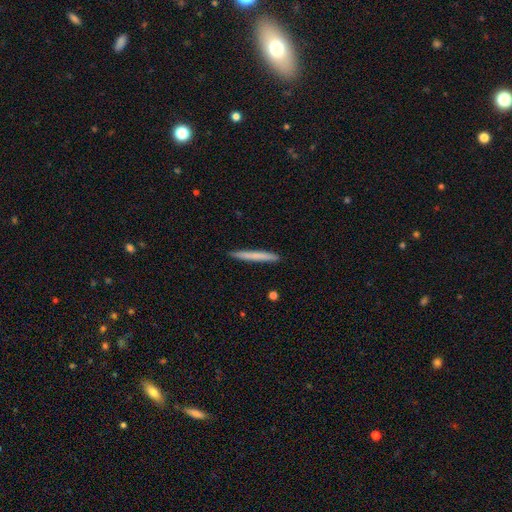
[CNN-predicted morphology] A smooth galaxy with no disk features (70%) that is cigar-shaped (97%). Merging: none (92%).